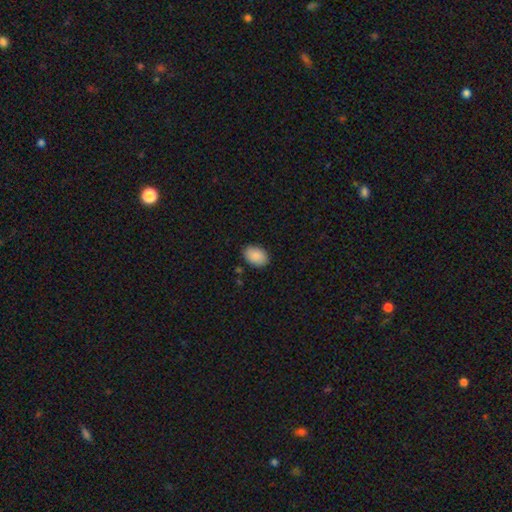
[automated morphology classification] This is clearly a smooth galaxy (89%). How rounded: clearly in between (85%). Merging: clearly none (86%).